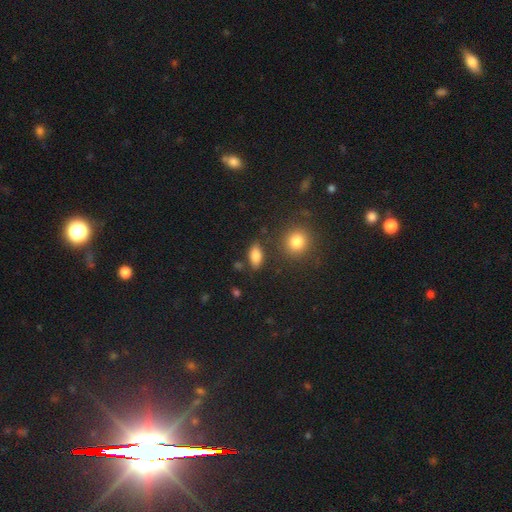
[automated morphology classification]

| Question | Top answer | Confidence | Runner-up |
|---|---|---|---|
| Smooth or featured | smooth | 84% | star or artifact (9%) |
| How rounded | in between | 86% | cigar-shaped (7%) |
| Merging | none | 80% | minor disturbance (12%) |